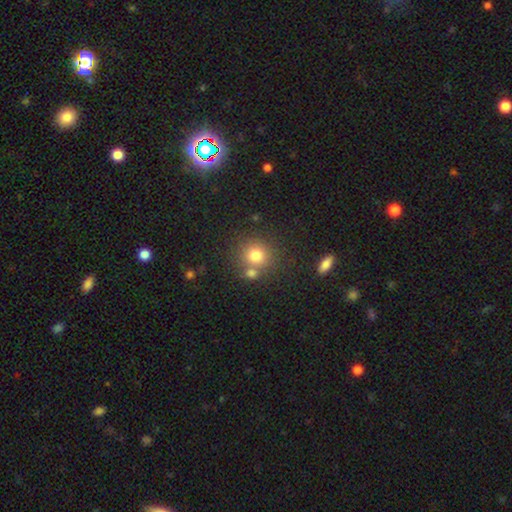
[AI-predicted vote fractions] smooth-or-featured: smooth: 78% | star or artifact: 13% | featured or disk: 10%
  how-rounded: round: 87% | in between: 12% | cigar-shaped: 1%
  merging: none: 64% | merger: 23% | minor disturbance: 9% | major disturbance: 3%